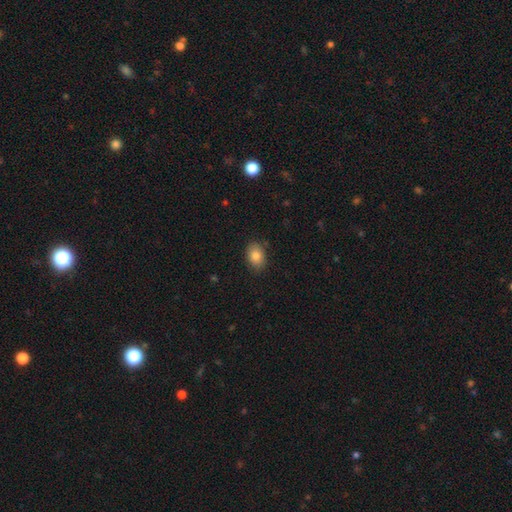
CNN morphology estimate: This is clearly a smooth galaxy (84%). How rounded: clearly in between (81%). Merging: clearly none (85%).